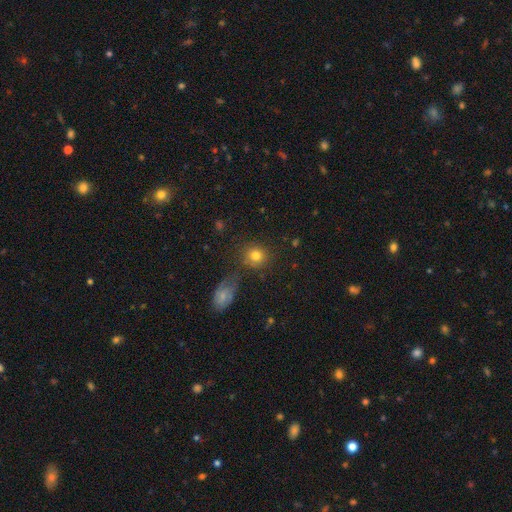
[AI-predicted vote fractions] smooth 80%, star or artifact 12%, featured or disk 9%. Down the decision tree: how rounded — round (83%); merging — none (73%).